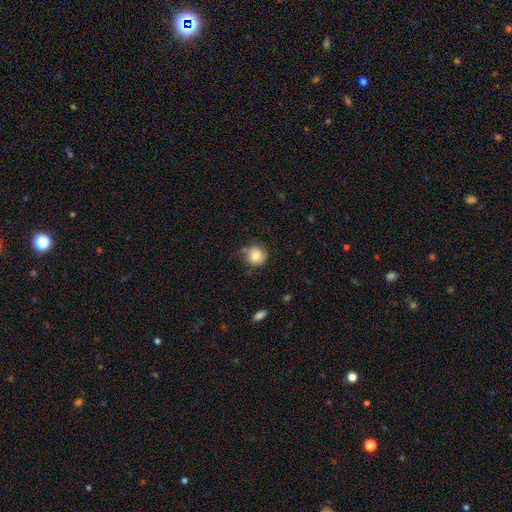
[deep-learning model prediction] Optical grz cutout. It shows a smooth galaxy with no disk features (76%) that is round (87%). Merging: none (70%).